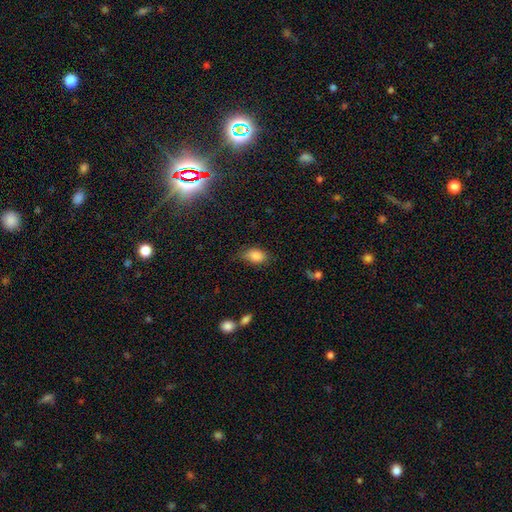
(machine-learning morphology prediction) This appears to be a smooth galaxy with no disk features (86%) that is in between round and cigar-shaped (88%). Merging: none (73%).